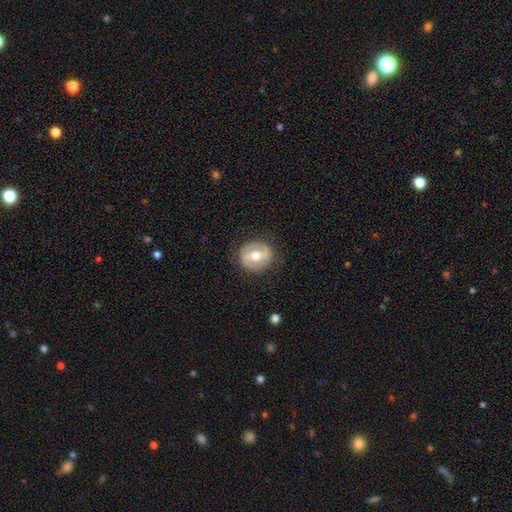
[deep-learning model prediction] The model was most divided on "bar": strong: 41%, weak: 36%, no: 22%. More confident: edge-on disk — no (93%); merging — none (81%); bulge size — moderate (77%); spiral arms — no (70%); smooth or featured — featured or disk (54%).